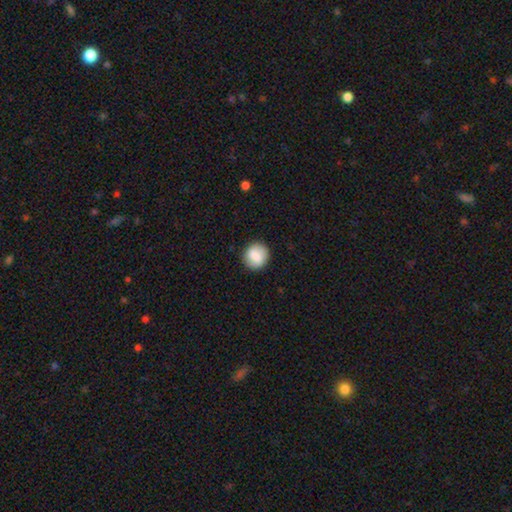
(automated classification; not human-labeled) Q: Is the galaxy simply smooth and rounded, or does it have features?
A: smooth — 78%.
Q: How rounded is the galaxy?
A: round — 87%.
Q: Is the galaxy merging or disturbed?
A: none — 86%.